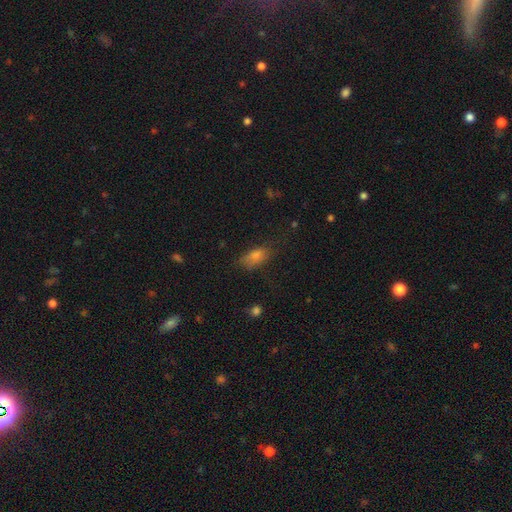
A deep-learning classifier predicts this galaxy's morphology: type=smooth (73%); roundness=in between (81%); merging=none (64%).